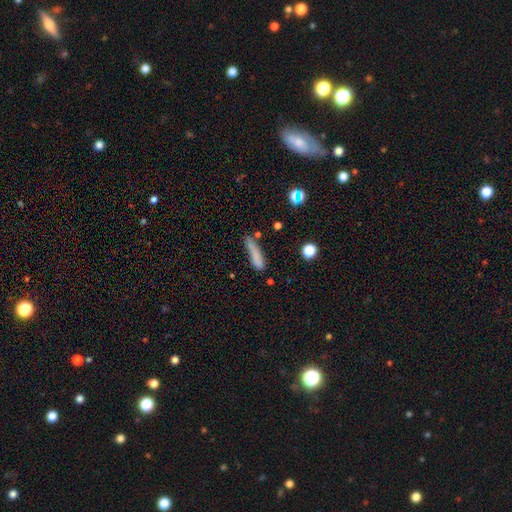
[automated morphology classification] smooth 75%, featured or disk 15%, star or artifact 10%. Down the decision tree: how rounded — cigar-shaped (82%); merging — none (53%).